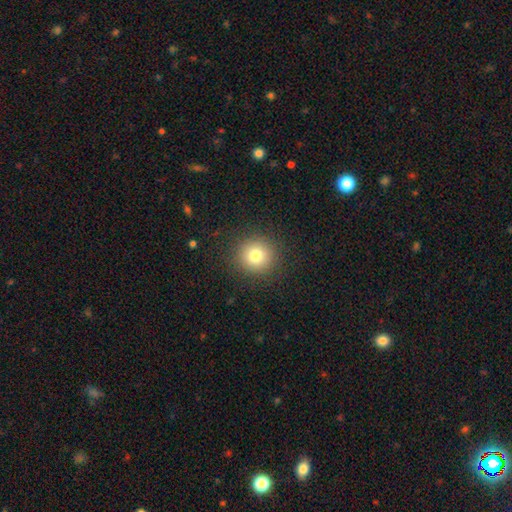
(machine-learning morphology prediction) This appears to be a smooth galaxy with no disk features (79%) that is round (93%). Merging: none (90%).